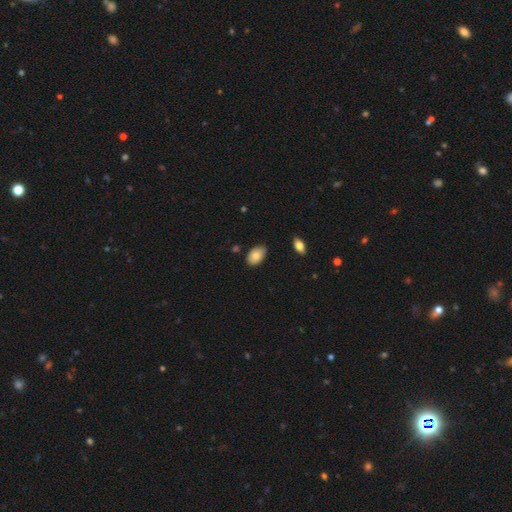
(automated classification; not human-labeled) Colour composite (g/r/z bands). It shows a smooth galaxy with no disk features (83%) that is in between round and cigar-shaped (91%). Merging: none (78%).